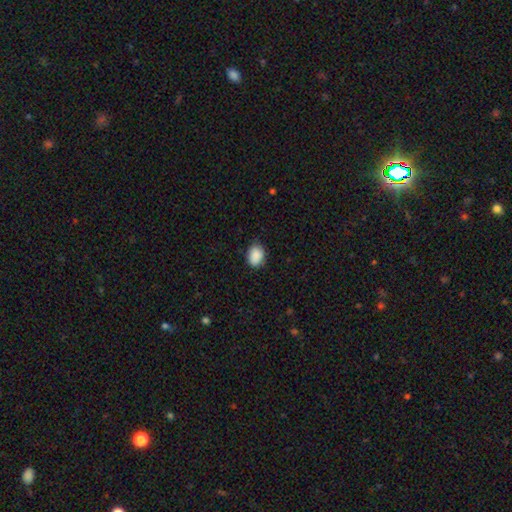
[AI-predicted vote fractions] Smooth or featured? smooth (89%)
How rounded? in between (69%)
Merging? none (78%)